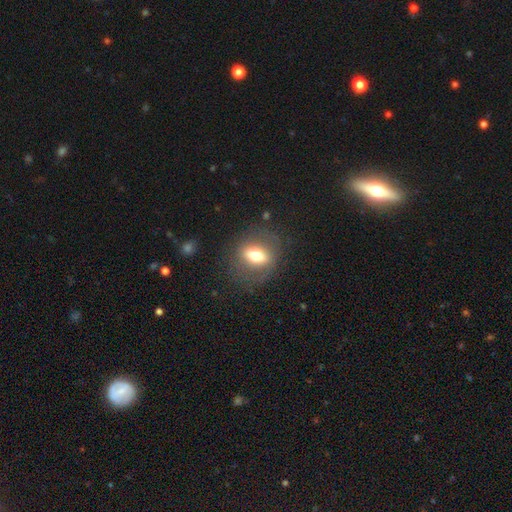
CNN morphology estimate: A smooth galaxy with no disk features (56%) that is in between round and cigar-shaped (57%).

Vote fractions:
- Smooth or featured? smooth: 56% / featured or disk: 35% / star or artifact: 9%
- How rounded? in between: 57% / round: 39% / cigar-shaped: 4%
- Merging? none: 75% / minor disturbance: 14% / major disturbance: 9% / merger: 2%